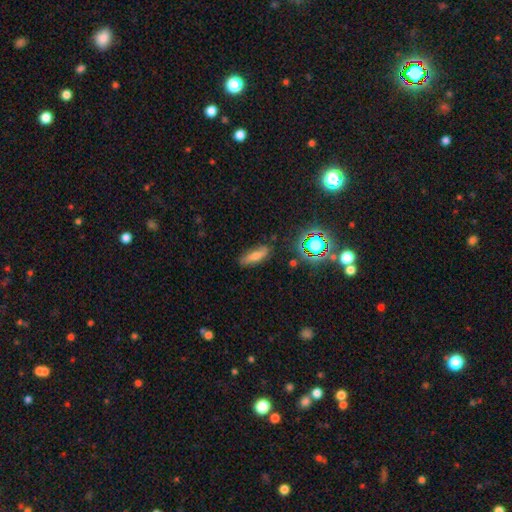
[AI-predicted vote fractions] Smooth or featured? Predicted: smooth (p=0.54). How rounded? Predicted: in between (p=0.53). Merging? Predicted: none (p=0.75).